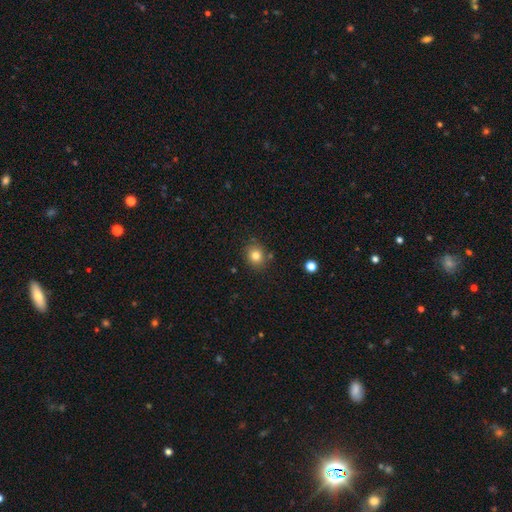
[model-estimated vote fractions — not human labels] Smooth or featured? Predicted: smooth (p=0.81). How rounded? Predicted: round (p=0.73). Merging? Predicted: none (p=0.81).